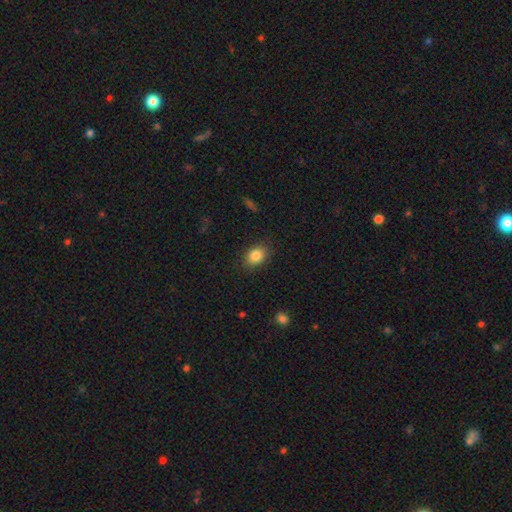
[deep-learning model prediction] Overall: smooth (85%). How rounded: in between (70%). Merging: none (86%).